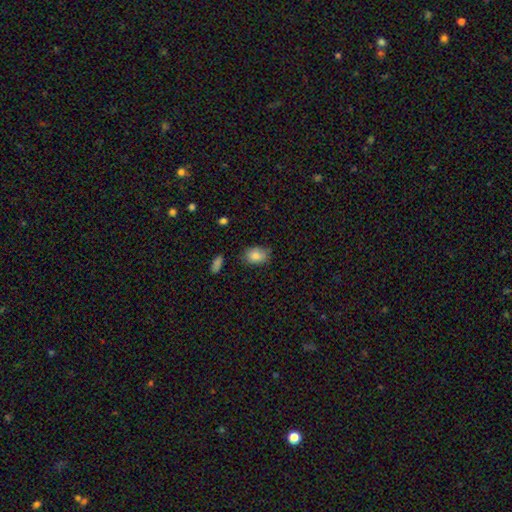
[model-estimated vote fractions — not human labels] Smooth or featured? smooth (84%)
How rounded? in between (80%)
Merging? none (76%)